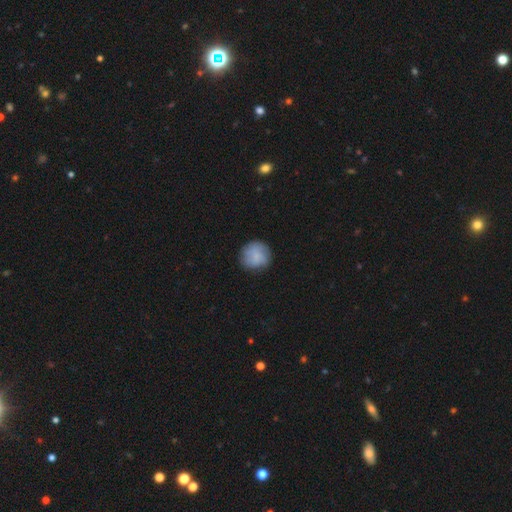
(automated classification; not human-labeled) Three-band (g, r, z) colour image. It shows a smooth galaxy with no disk features (78%) that is round (89%). Merging: none (78%).